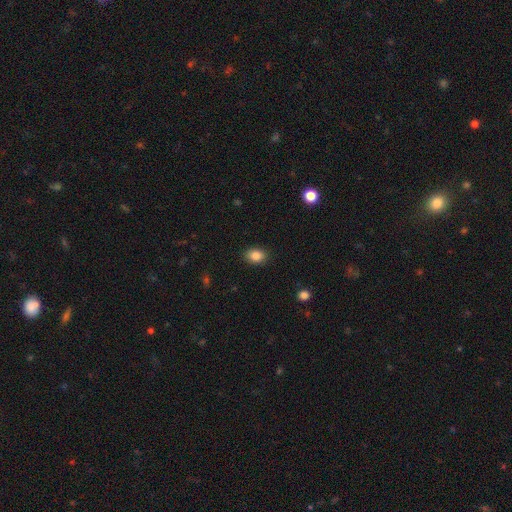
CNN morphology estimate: A smooth galaxy with no disk features (86%) that is in between round and cigar-shaped (69%). Merging: none (89%).